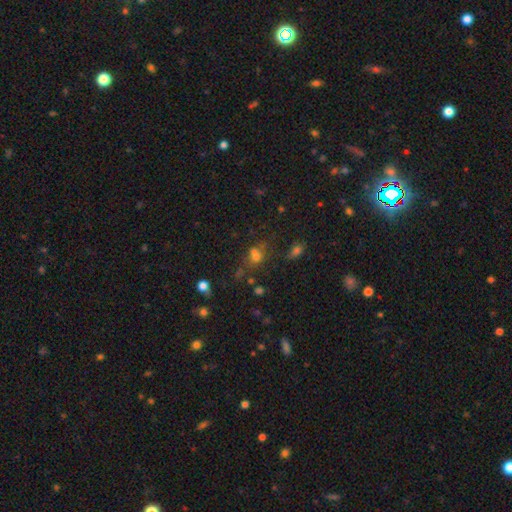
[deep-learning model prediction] This appears to be a smooth galaxy with no disk features (57%) that is round (65%). Merging: none (45%).